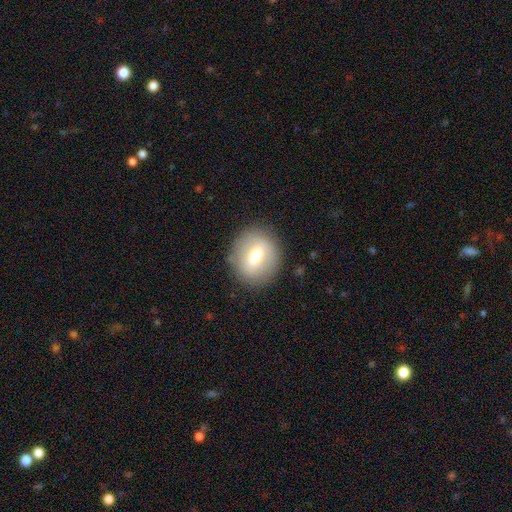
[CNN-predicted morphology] smooth 60%, featured or disk 32%, star or artifact 8%. Down the decision tree: how rounded — round (68%); merging — none (85%).